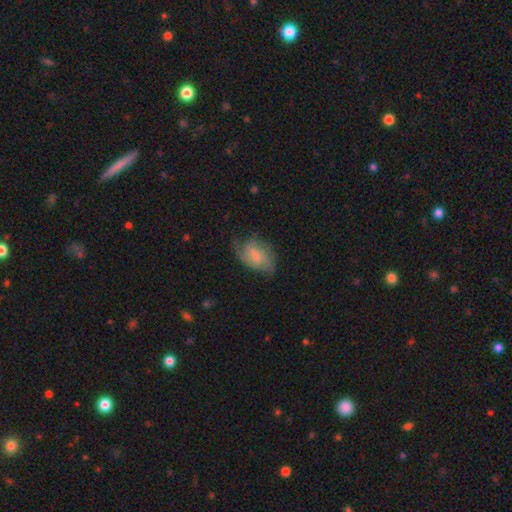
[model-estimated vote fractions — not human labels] Morphology: type=featured or disk (58%); edge-on=no (96%); bar=no (46%); spiral arms=yes (86%); bulge=small (50%); merging=none (51%).